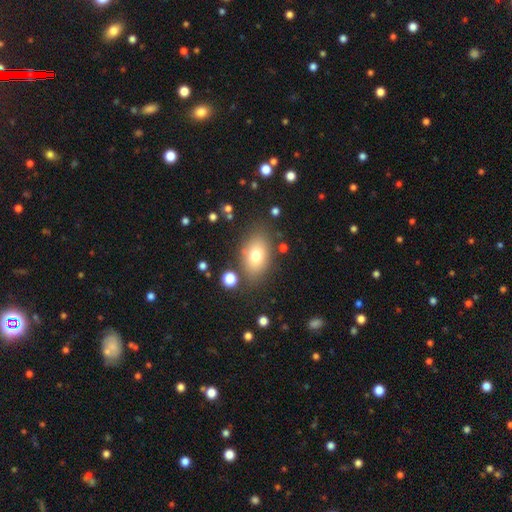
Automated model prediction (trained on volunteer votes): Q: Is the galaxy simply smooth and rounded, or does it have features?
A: smooth — 74%.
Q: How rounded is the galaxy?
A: in between — 82%.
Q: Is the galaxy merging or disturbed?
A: none — 78%.